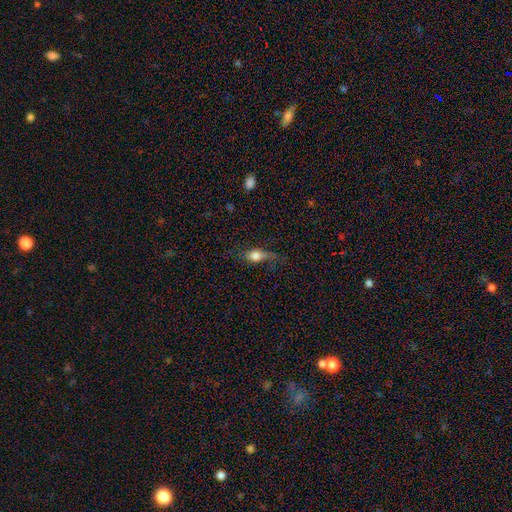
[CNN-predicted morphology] type=smooth (69%); roundness=in between (69%); merging=none (45%).